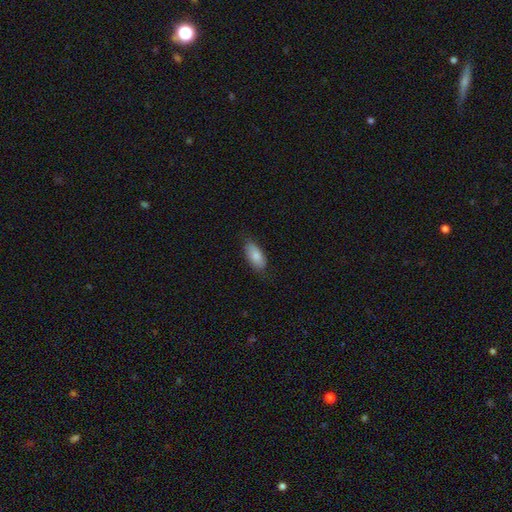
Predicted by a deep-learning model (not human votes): Smooth or featured?
  - smooth: 83% *
  - featured or disk: 11%
  - star or artifact: 6%
How rounded?
  - in between: 89% *
  - cigar-shaped: 9%
  - round: 2%
Merging?
  - none: 80% *
  - minor disturbance: 16%
  - major disturbance: 3%
  - merger: 1%